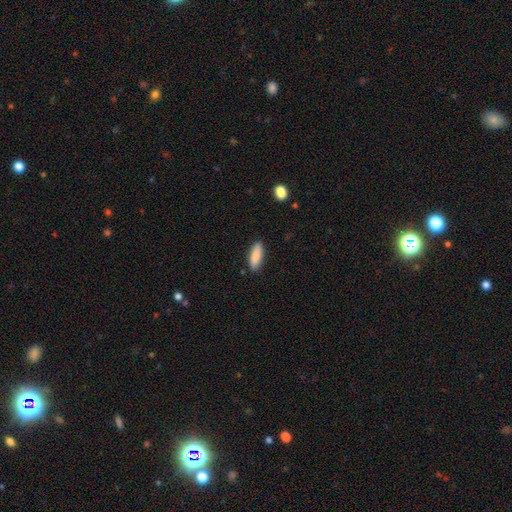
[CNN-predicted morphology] Overall: smooth (86%). How rounded: in between (52%; cigar-shaped 46%). Merging: none (87%).